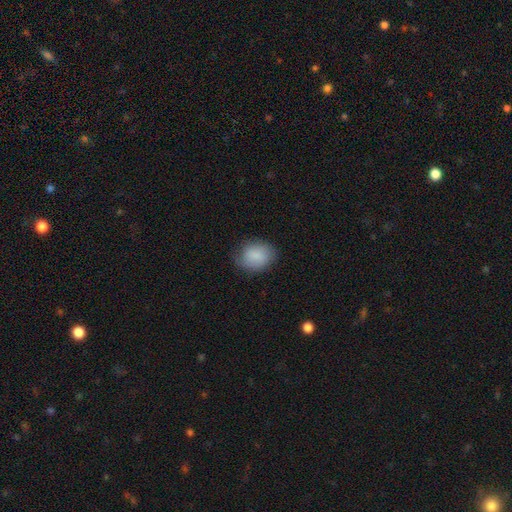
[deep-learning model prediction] smooth-or-featured: smooth: 84% | featured or disk: 10% | star or artifact: 7%
  how-rounded: in between: 57% | round: 42% | cigar-shaped: 1%
  merging: none: 70% | minor disturbance: 22% | major disturbance: 6% | merger: 1%